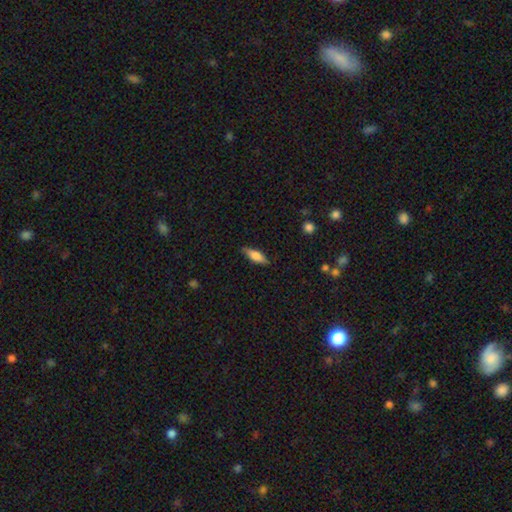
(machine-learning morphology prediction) A smooth galaxy with no disk features (58%) that is in between round and cigar-shaped (52%).

Vote fractions:
- Smooth or featured? smooth: 58% / featured or disk: 35% / star or artifact: 7%
- How rounded? in between: 52% / cigar-shaped: 45% / round: 3%
- Merging? none: 83% / minor disturbance: 13% / major disturbance: 3% / merger: 1%